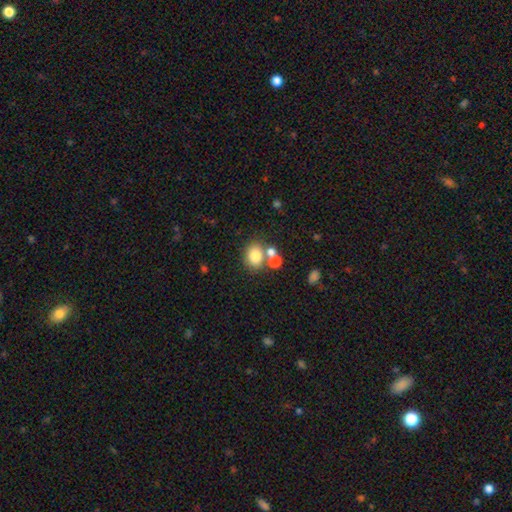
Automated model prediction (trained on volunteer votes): This appears to be a smooth galaxy with no disk features (78%) that is round (52%). Merging: none (58%).